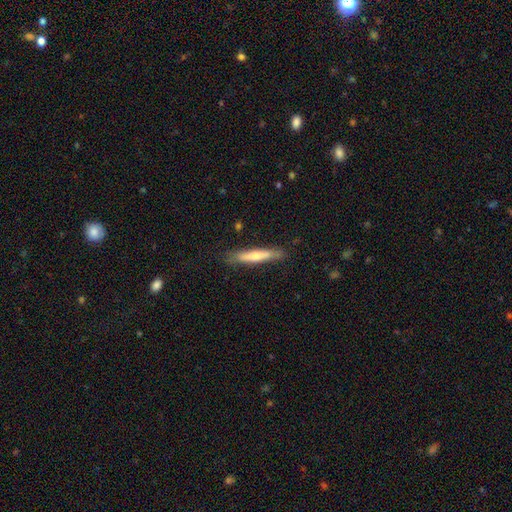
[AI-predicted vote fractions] A smooth galaxy with no disk features (49%). Merging: none (85%).